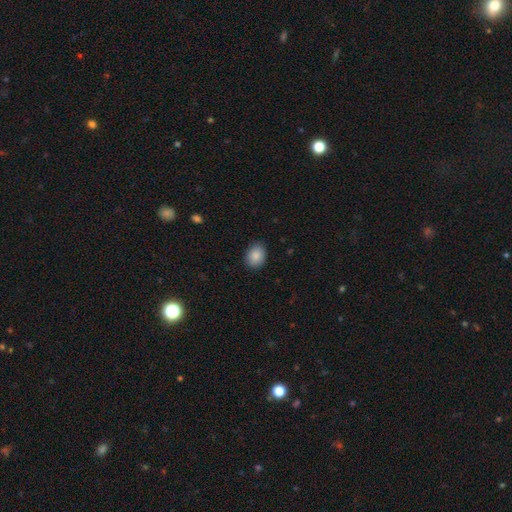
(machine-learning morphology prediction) smooth 87%, star or artifact 8%, featured or disk 5%. Down the decision tree: how rounded — in between (60%); merging — none (86%).